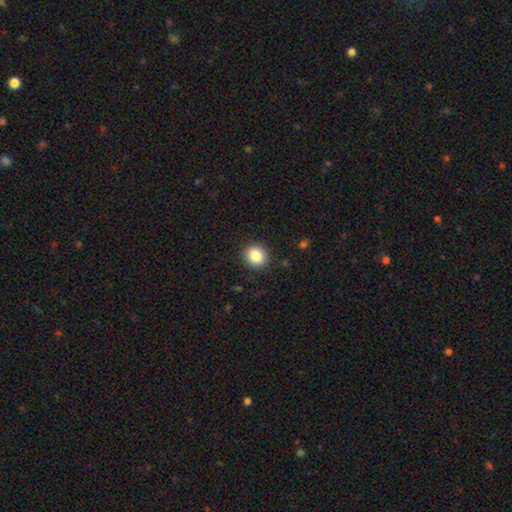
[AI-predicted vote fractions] Smooth or featured: smooth — 85% (star or artifact — 9%)
How rounded: round — 82% (in between — 17%)
Merging: none — 90% (minor disturbance — 7%)